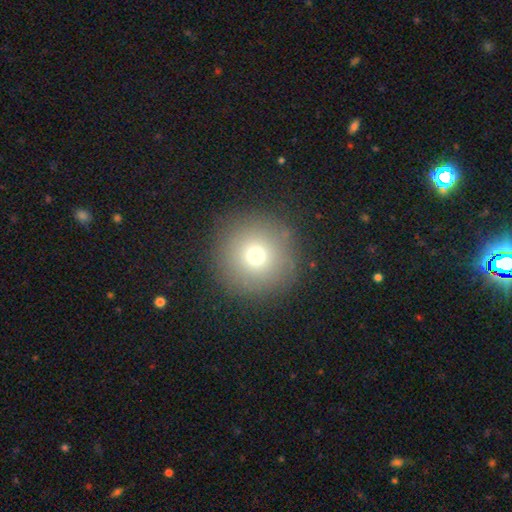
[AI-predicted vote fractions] Smooth or featured? Predicted: smooth (p=0.71). How rounded? Predicted: round (p=0.96). Merging? Predicted: none (p=0.89).